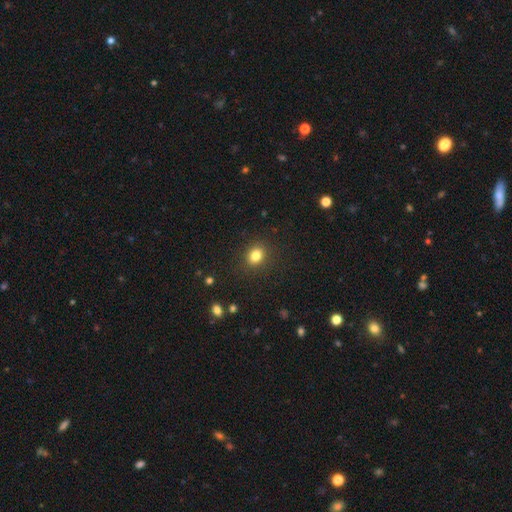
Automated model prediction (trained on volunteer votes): smooth-or-featured: smooth: 82% | star or artifact: 12% | featured or disk: 6%
  how-rounded: round: 53% | in between: 46% | cigar-shaped: 1%
  merging: none: 87% | minor disturbance: 9% | major disturbance: 3% | merger: 1%